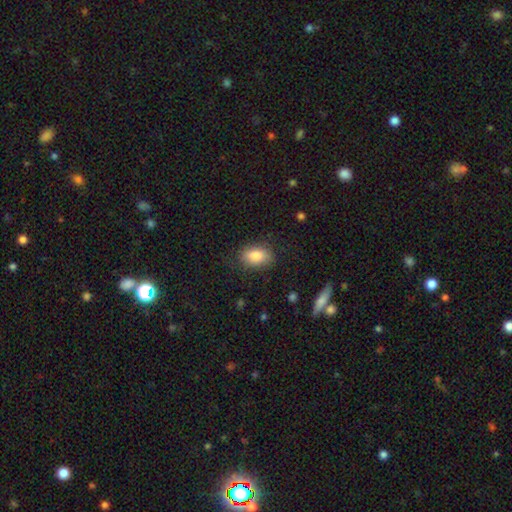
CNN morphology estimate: smooth 84%, featured or disk 9%, star or artifact 8%. Down the decision tree: how rounded — in between (86%); merging — none (80%).